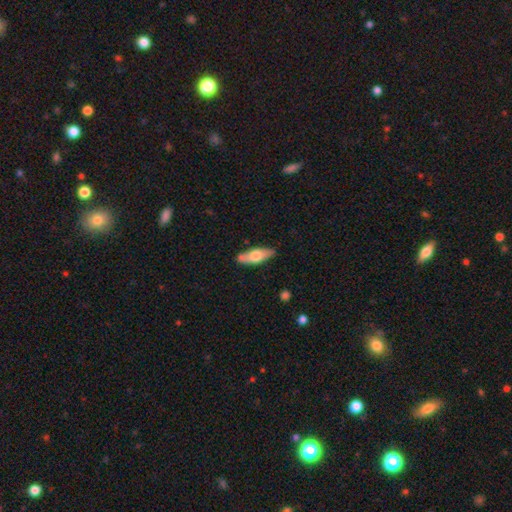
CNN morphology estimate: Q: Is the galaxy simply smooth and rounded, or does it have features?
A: smooth — 59%.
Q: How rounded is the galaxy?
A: in between — 60%.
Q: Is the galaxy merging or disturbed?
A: none — 80%.